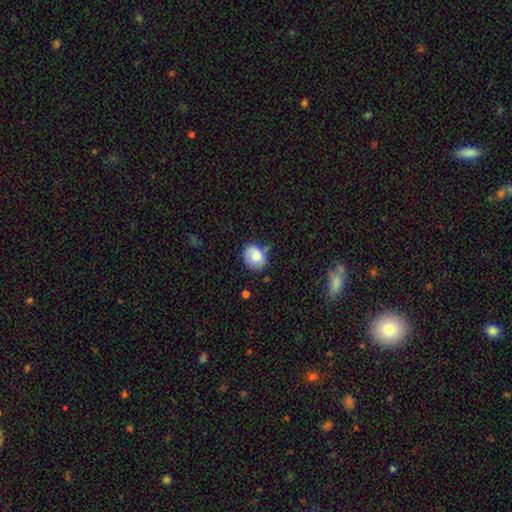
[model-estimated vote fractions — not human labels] The model was most divided on "how rounded": round: 53%, in between: 46%, cigar-shaped: 1%. More confident: smooth or featured — smooth (77%); merging — none (58%).